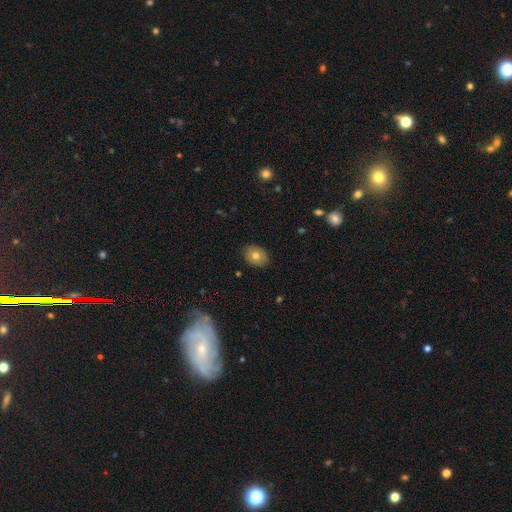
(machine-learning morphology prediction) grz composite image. It shows a smooth galaxy with no disk features (73%) that is in between round and cigar-shaped (62%). Merging: none (87%).